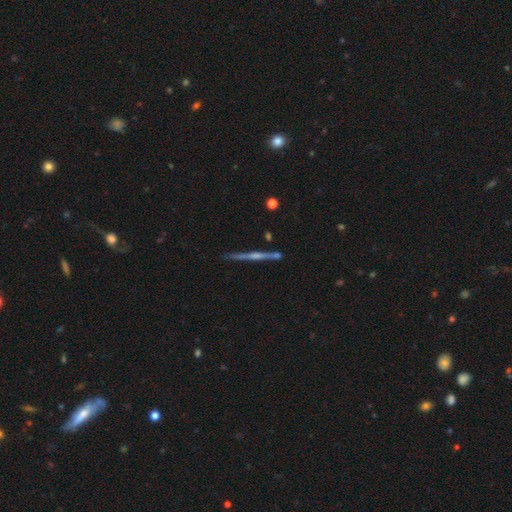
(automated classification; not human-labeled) smooth_or_featured: featured or disk (p=0.77) [alt: smooth p=0.17]
disk_edge_on: yes (p=0.98) [alt: no p=0.02]
edge_on_bulge: rounded (p=0.67) [alt: none p=0.23]
merging: none (p=0.86) [alt: minor disturbance p=0.08]